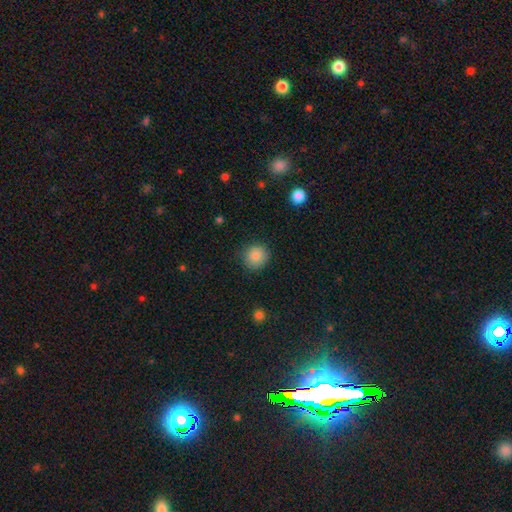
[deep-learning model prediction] Smooth or featured: smooth — 86% (star or artifact — 10%)
How rounded: round — 88% (in between — 11%)
Merging: none — 86% (minor disturbance — 10%)